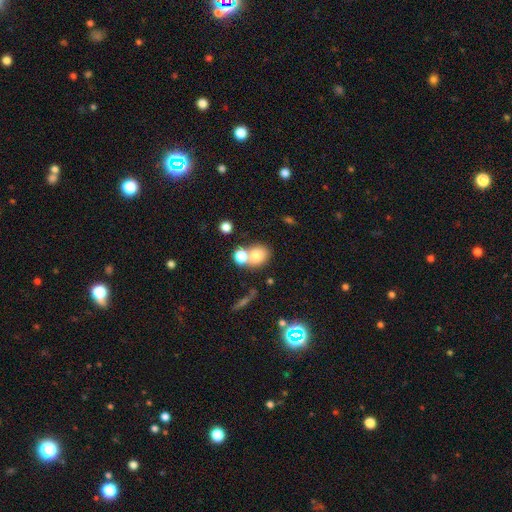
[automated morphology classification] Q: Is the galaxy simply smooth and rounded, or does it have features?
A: smooth — 76%.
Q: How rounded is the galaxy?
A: round — 58%.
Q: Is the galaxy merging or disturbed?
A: none — 43%.